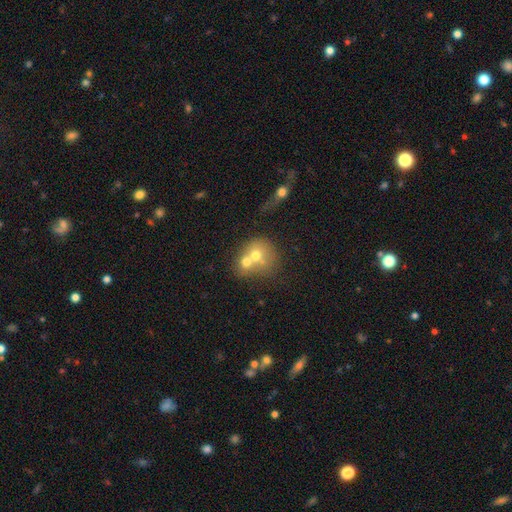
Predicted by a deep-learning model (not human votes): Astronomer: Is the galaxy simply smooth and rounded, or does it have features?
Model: smooth — 61%.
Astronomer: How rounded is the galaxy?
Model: round — 74%.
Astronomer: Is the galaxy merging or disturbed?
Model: merger — 69%.